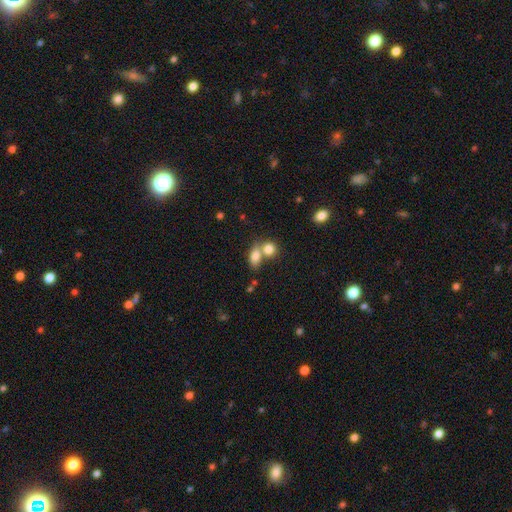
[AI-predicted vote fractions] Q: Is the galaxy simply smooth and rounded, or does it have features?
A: smooth — 81%.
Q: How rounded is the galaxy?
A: in between — 72%.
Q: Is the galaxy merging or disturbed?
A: merger — 54%.